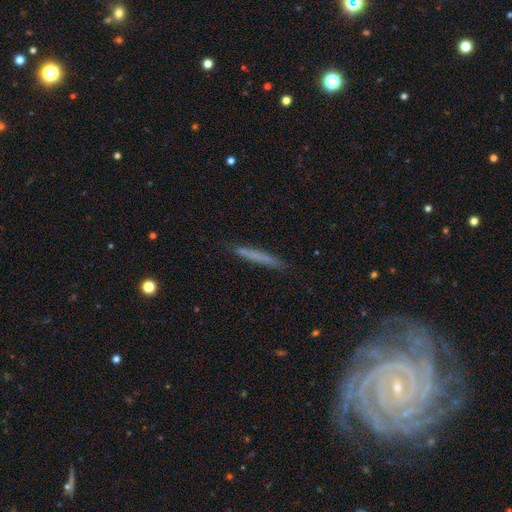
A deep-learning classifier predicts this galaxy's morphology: Smooth or featured: smooth — 66% (featured or disk — 27%)
How rounded: cigar-shaped — 96% (in between — 2%)
Merging: none — 87% (minor disturbance — 9%)